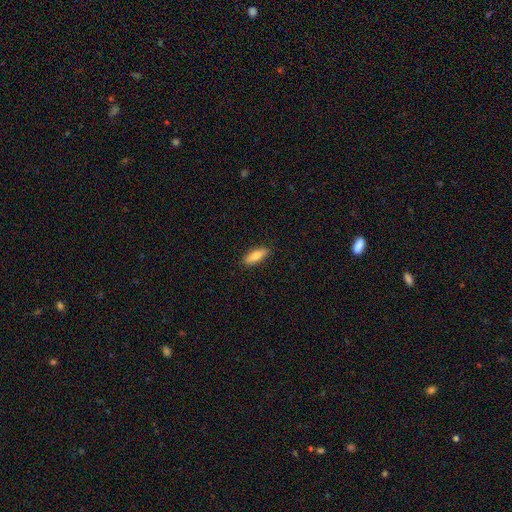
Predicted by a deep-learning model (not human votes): Q: Smooth or featured?
A: smooth (79%); runner-up: featured or disk (15%)
Q: How rounded?
A: in between (58%); runner-up: cigar-shaped (40%)
Q: Merging?
A: none (89%); runner-up: minor disturbance (9%)